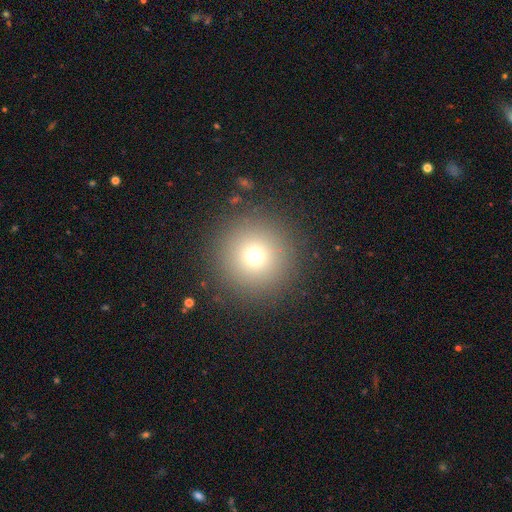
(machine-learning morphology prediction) The model was most divided on "smooth or featured": smooth: 72%, star or artifact: 18%, featured or disk: 10%. More confident: how rounded — round (96%); merging — none (91%).